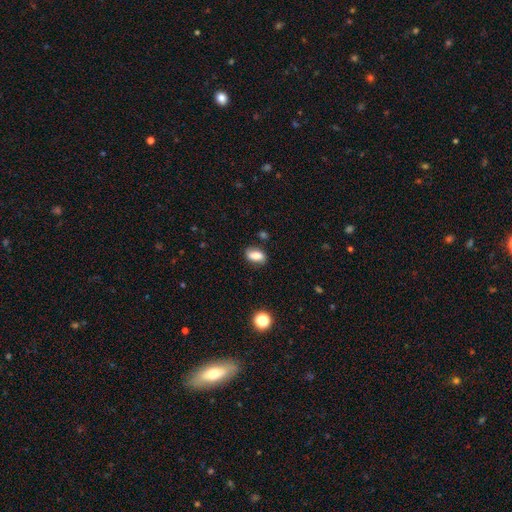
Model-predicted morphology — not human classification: smooth-or-featured: smooth: 75% | featured or disk: 16% | star or artifact: 9%
  how-rounded: in between: 86% | round: 9% | cigar-shaped: 5%
  merging: none: 77% | minor disturbance: 16% | major disturbance: 4% | merger: 3%